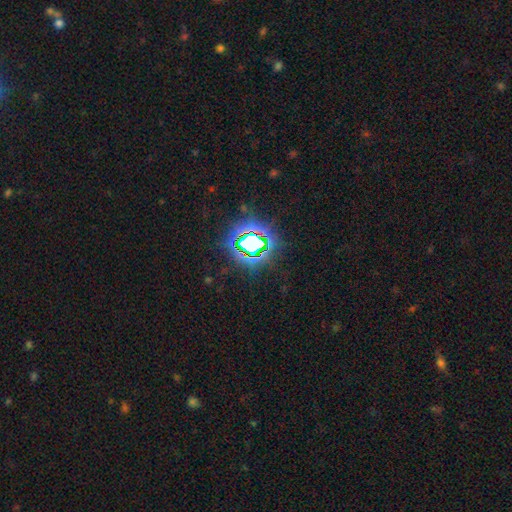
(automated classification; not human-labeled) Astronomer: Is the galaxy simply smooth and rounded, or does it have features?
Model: star or artifact — 81%.